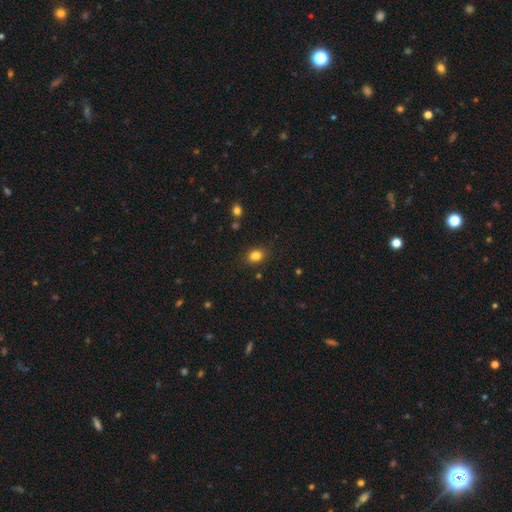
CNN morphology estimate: Smooth or featured?
  - smooth: 83% *
  - star or artifact: 11%
  - featured or disk: 5%
How rounded?
  - in between: 66% *
  - round: 33%
  - cigar-shaped: 1%
Merging?
  - none: 84% *
  - minor disturbance: 11%
  - major disturbance: 3%
  - merger: 2%